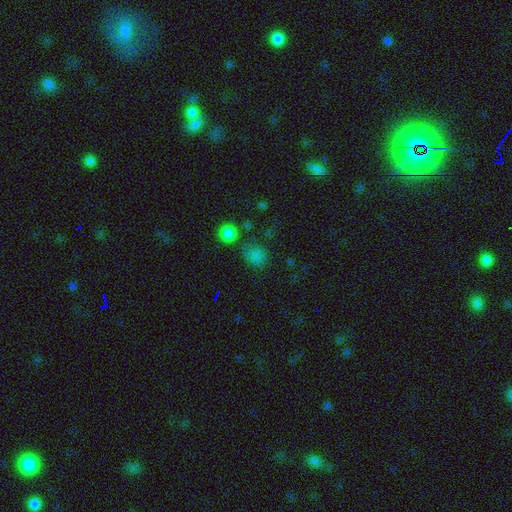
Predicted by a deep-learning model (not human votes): The model was most divided on "how rounded": round: 70%, in between: 29%, cigar-shaped: 1%. More confident: smooth or featured — smooth (73%); merging — none (66%).